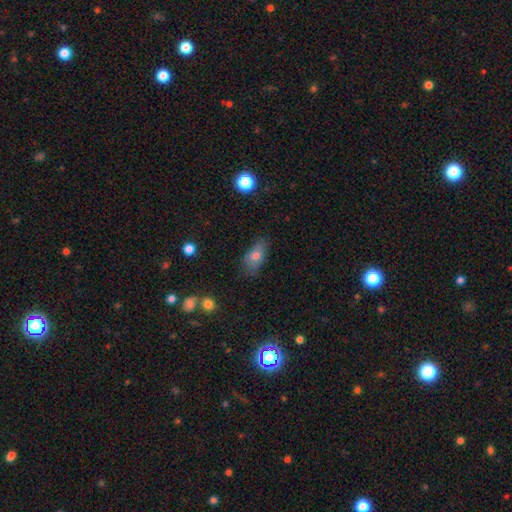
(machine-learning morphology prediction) A smooth galaxy with no disk features (73%) that is in between round and cigar-shaped (84%).

Vote fractions:
- Smooth or featured? smooth: 73% / featured or disk: 18% / star or artifact: 10%
- How rounded? in between: 84% / round: 9% / cigar-shaped: 6%
- Merging? none: 63% / minor disturbance: 27% / major disturbance: 8% / merger: 2%